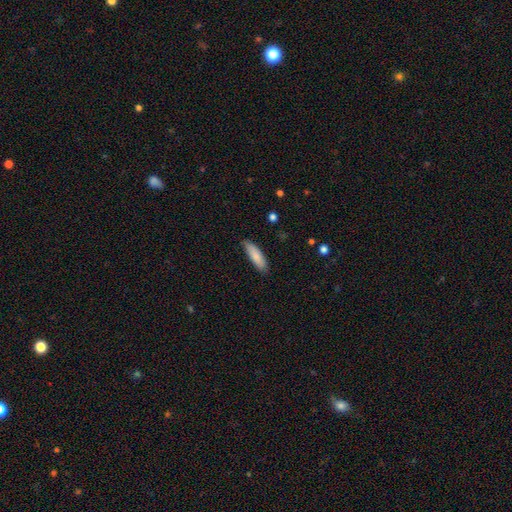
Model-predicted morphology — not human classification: smooth 84%, featured or disk 10%, star or artifact 6%. Down the decision tree: how rounded — cigar-shaped (54%); merging — none (81%).